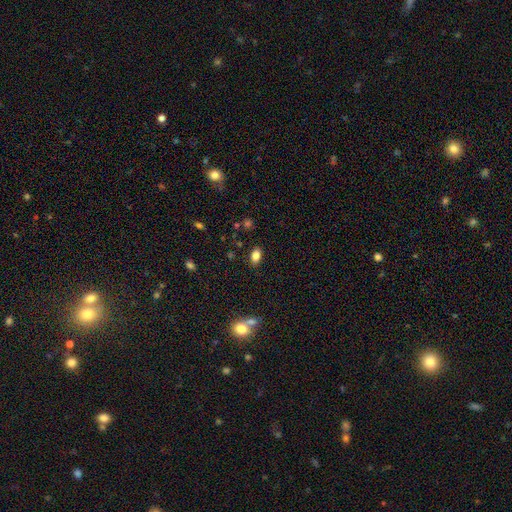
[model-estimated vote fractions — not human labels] Q: Smooth or featured?
A: smooth (82%); runner-up: star or artifact (11%)
Q: How rounded?
A: in between (88%); runner-up: round (9%)
Q: Merging?
A: none (86%); runner-up: minor disturbance (9%)